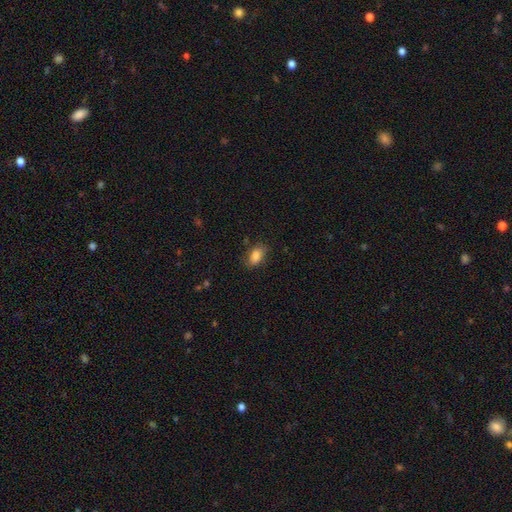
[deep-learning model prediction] Overall: smooth (84%). How rounded: in between (88%). Merging: none (74%).